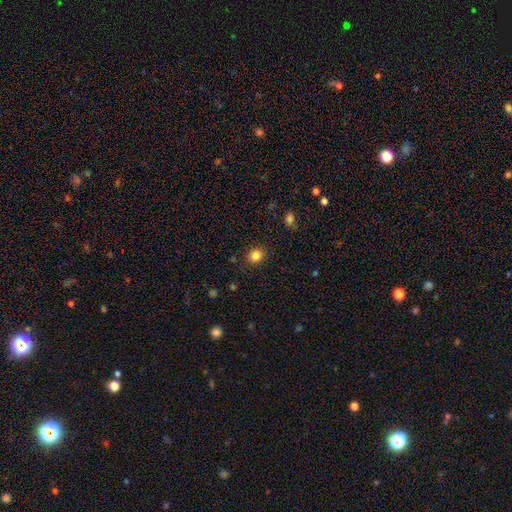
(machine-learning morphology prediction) Smooth or featured: smooth — 84% (star or artifact — 12%)
How rounded: round — 80% (in between — 20%)
Merging: none — 89% (minor disturbance — 8%)